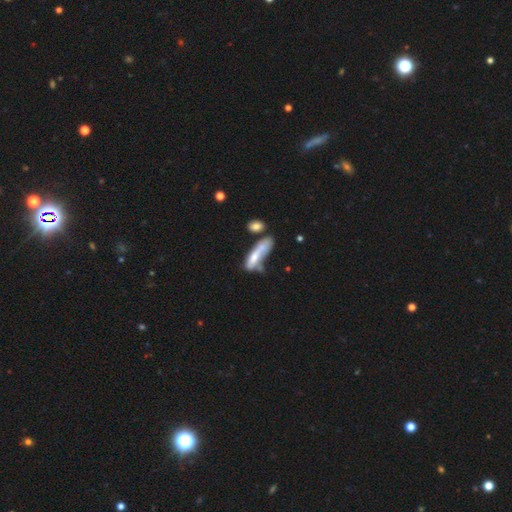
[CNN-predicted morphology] Overall: smooth (61%; featured or disk 32%). How rounded: cigar-shaped (53%; in between 44%). Merging: merger (35%; none 25%).